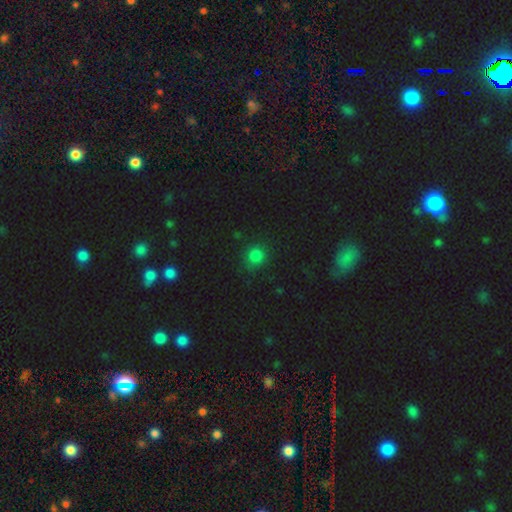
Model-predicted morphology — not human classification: smooth_or_featured: smooth (p=0.79) [alt: star or artifact p=0.17]
how_rounded: round (p=0.89) [alt: in between p=0.09]
merging: none (p=0.85) [alt: minor disturbance p=0.10]